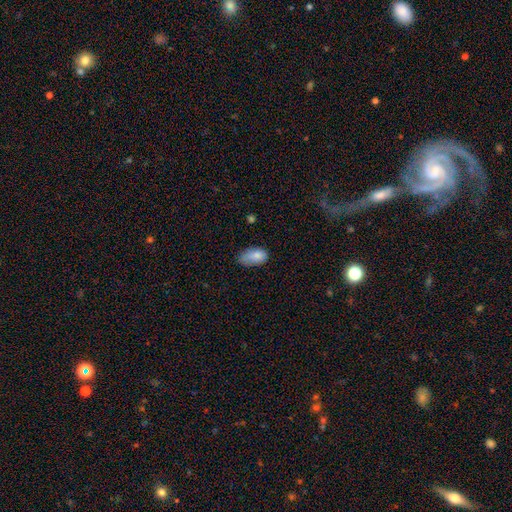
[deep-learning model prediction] Overall: smooth (84%). How rounded: in between (93%). Merging: none (52%; minor disturbance 36%).